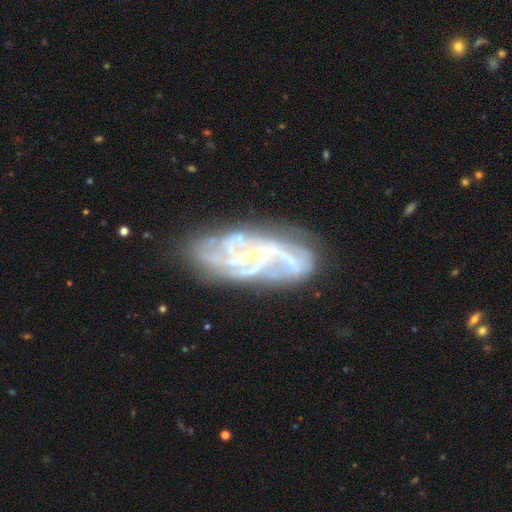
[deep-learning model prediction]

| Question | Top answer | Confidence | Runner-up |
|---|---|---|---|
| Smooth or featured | featured or disk | 82% | smooth (10%) |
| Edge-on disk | no | 92% | yes (8%) |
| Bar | no | 52% | weak (32%) |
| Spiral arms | yes | 89% | no (11%) |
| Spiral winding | tight | 46% | medium (38%) |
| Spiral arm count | can't tell | 33% | 3 (22%) |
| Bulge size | small | 69% | none (15%) |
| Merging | none | 66% | minor disturbance (18%) |